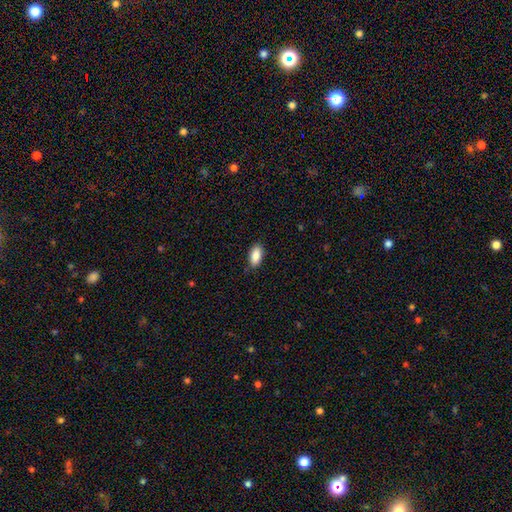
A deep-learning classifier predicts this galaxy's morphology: Smooth or featured? Predicted: smooth (p=0.88). How rounded? Predicted: in between (p=0.91). Merging? Predicted: none (p=0.86).